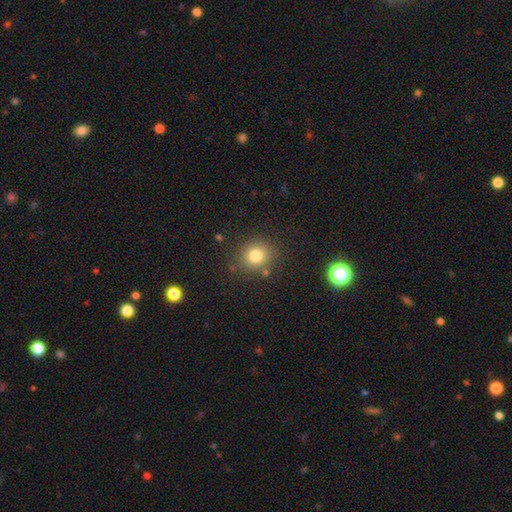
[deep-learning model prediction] smooth_or_featured: smooth (p=0.79) [alt: star or artifact p=0.13]
how_rounded: round (p=0.80) [alt: in between p=0.19]
merging: none (p=0.83) [alt: minor disturbance p=0.10]